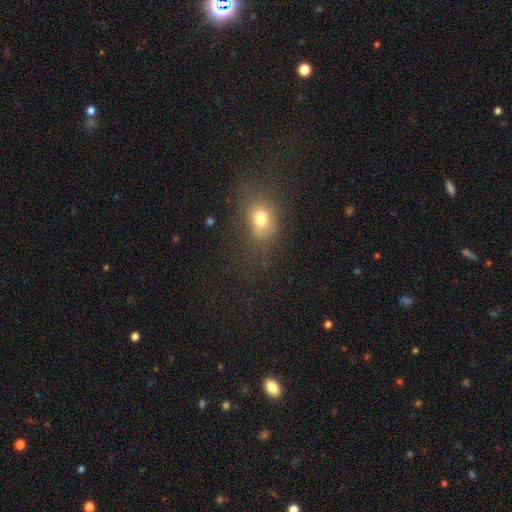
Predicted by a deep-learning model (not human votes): Smooth or featured?
  - smooth: 62% *
  - star or artifact: 25%
  - featured or disk: 13%
How rounded?
  - in between: 54% *
  - round: 42%
  - cigar-shaped: 3%
Merging?
  - none: 71% *
  - minor disturbance: 16%
  - major disturbance: 11%
  - merger: 2%